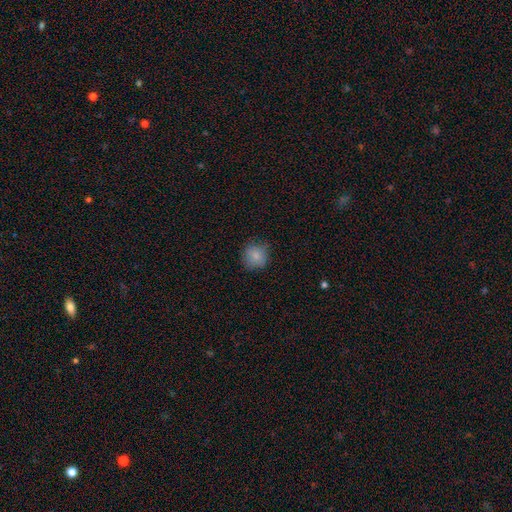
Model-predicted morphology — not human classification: This is clearly a smooth galaxy (84%). How rounded: clearly round (90%). Merging: clearly none (81%).